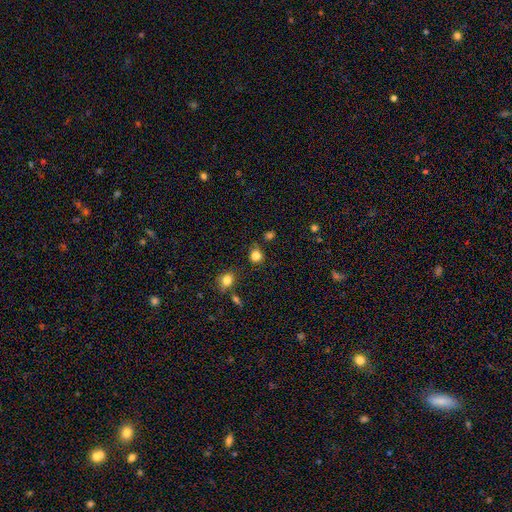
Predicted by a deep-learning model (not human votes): smooth_or_featured: smooth (p=0.82) [alt: star or artifact p=0.13]
how_rounded: round (p=0.78) [alt: in between p=0.21]
merging: none (p=0.74) [alt: minor disturbance p=0.16]